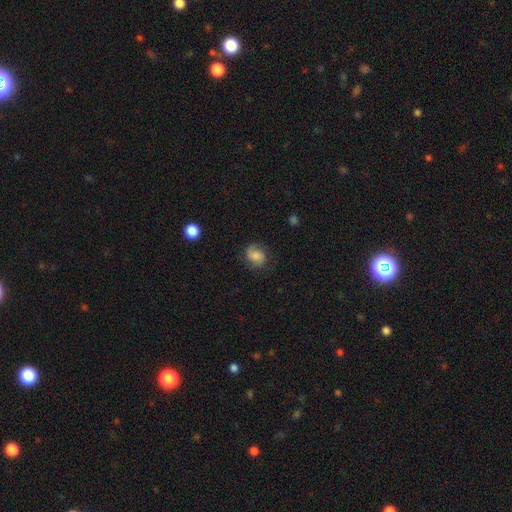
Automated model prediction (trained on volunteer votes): Smooth or featured?
  - smooth: 60% *
  - featured or disk: 30%
  - star or artifact: 10%
How rounded?
  - round: 63% *
  - in between: 36%
  - cigar-shaped: 1%
Merging?
  - none: 68% *
  - minor disturbance: 22%
  - major disturbance: 9%
  - merger: 1%